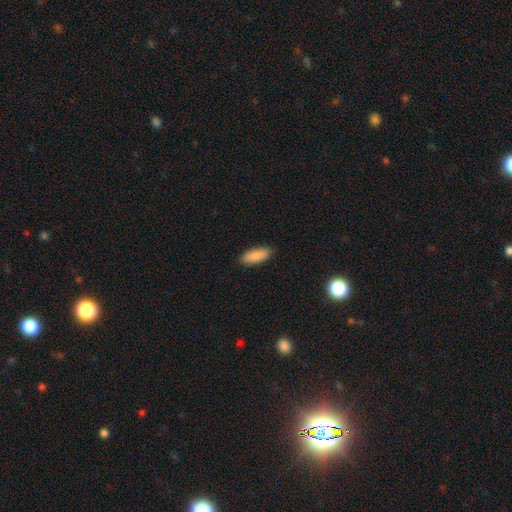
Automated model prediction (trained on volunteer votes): smooth 89%, star or artifact 6%, featured or disk 5%. Down the decision tree: how rounded — in between (72%); merging — none (88%).